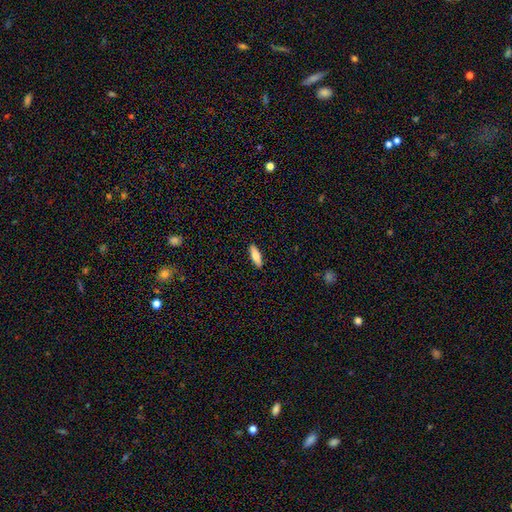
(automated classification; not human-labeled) This is likely a smooth galaxy (78%). How rounded: possibly cigar-shaped (50%). Merging: clearly none (90%).